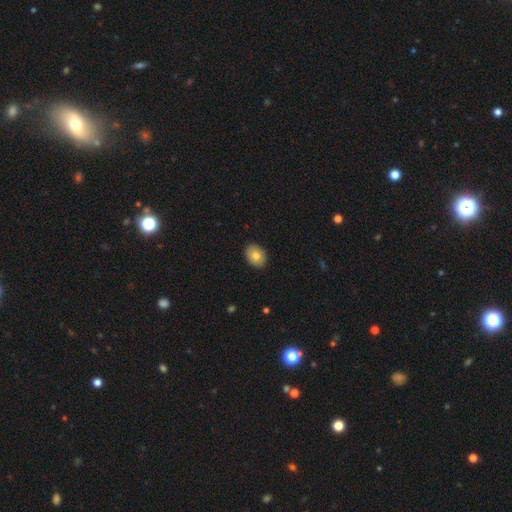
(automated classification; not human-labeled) smooth 78%, featured or disk 15%, star or artifact 8%. Down the decision tree: how rounded — in between (65%); merging — none (90%).